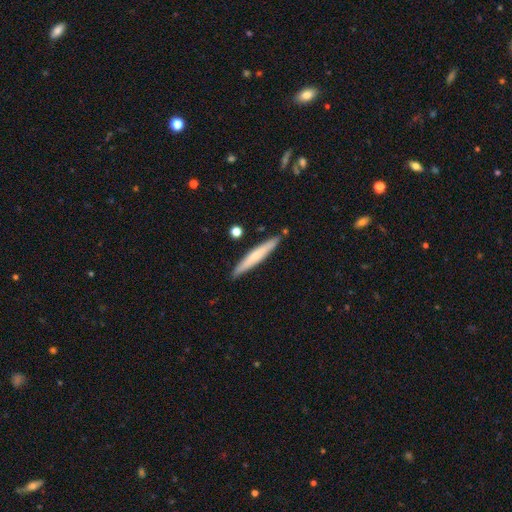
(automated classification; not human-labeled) A smooth galaxy with no disk features (57%) that is cigar-shaped (95%). Merging: none (87%).